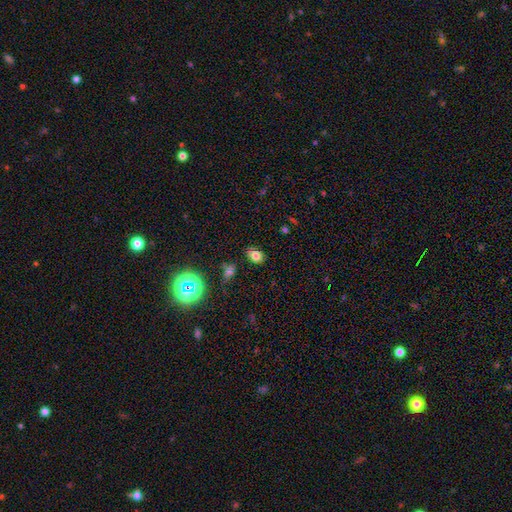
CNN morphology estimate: This appears to be a smooth galaxy with no disk features (76%) that is in between round and cigar-shaped (67%). Merging: none (81%).